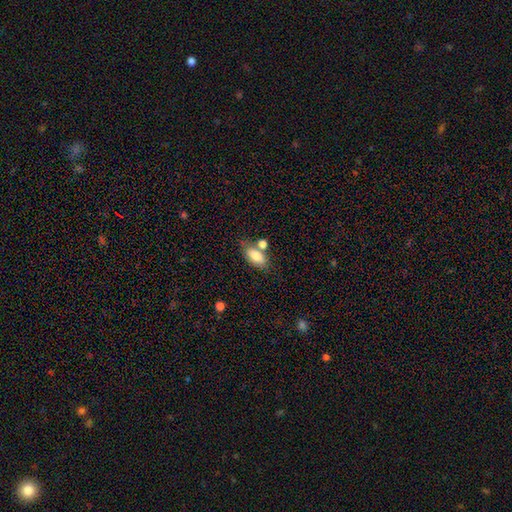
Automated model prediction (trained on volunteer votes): Smooth or featured? Predicted: smooth (p=0.79). How rounded? Predicted: in between (p=0.89). Merging? Predicted: none (p=0.55).